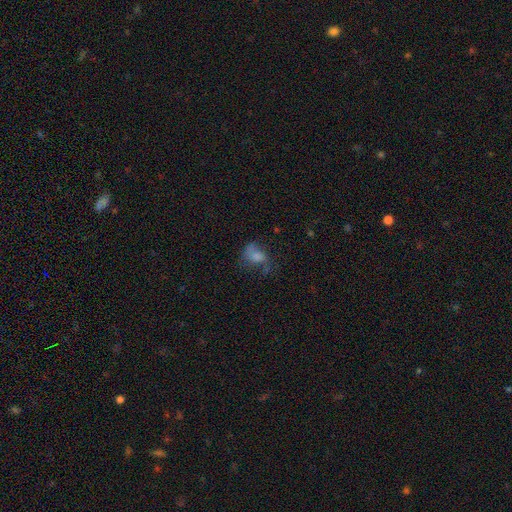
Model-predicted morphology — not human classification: Smooth or featured? Predicted: smooth (p=0.59). How rounded? Predicted: in between (p=0.72). Merging? Predicted: major disturbance (p=0.35).